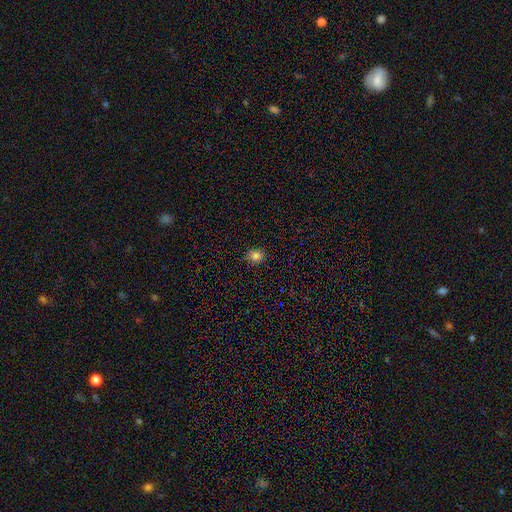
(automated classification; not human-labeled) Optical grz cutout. It shows a smooth galaxy with no disk features (82%) that is round (77%). Merging: none (90%).